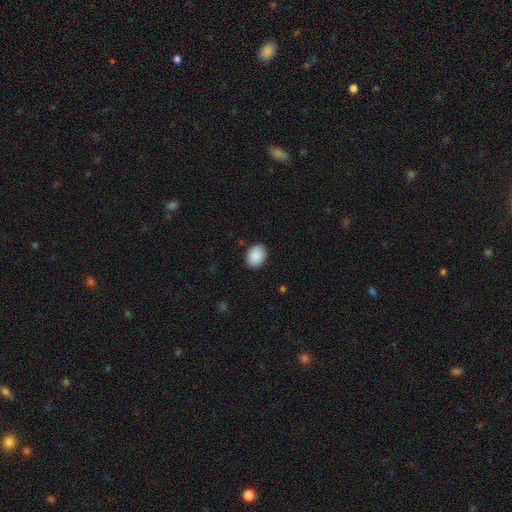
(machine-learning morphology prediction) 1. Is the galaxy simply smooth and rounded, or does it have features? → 90% smooth, 7% star or artifact, 3% featured or disk.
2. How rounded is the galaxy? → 61% in between, 38% round, 1% cigar-shaped.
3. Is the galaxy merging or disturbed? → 87% none, 10% minor disturbance, 2% major disturbance, 1% merger.